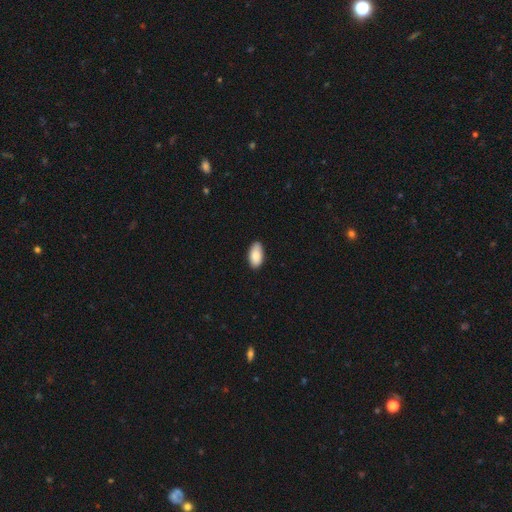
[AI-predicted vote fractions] Smooth or featured? Predicted: smooth (p=0.88). How rounded? Predicted: in between (p=0.94). Merging? Predicted: none (p=0.85).